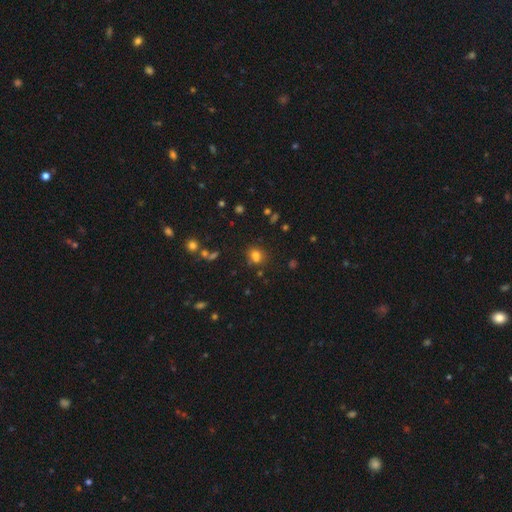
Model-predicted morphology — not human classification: A smooth galaxy with no disk features (73%) that is round (67%). Merging: none (66%).